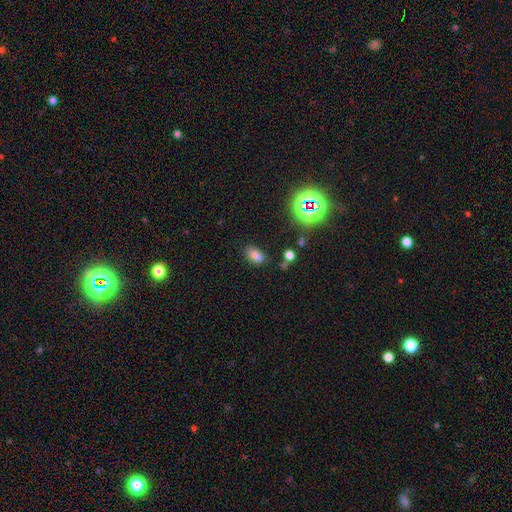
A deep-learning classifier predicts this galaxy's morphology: A smooth galaxy with no disk features (72%) that is in between round and cigar-shaped (86%).

Vote fractions:
- Smooth or featured? smooth: 72% / star or artifact: 20% / featured or disk: 8%
- How rounded? in between: 86% / round: 11% / cigar-shaped: 3%
- Merging? none: 66% / minor disturbance: 17% / merger: 12% / major disturbance: 5%